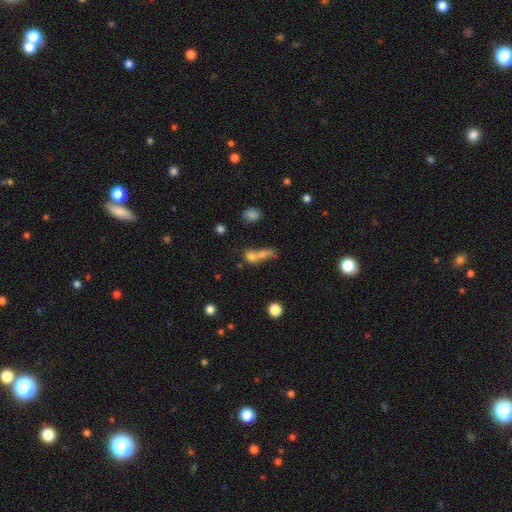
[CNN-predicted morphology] Smooth or featured? Predicted: smooth (p=0.64). How rounded? Predicted: in between (p=0.42). Merging? Predicted: merger (p=0.54).